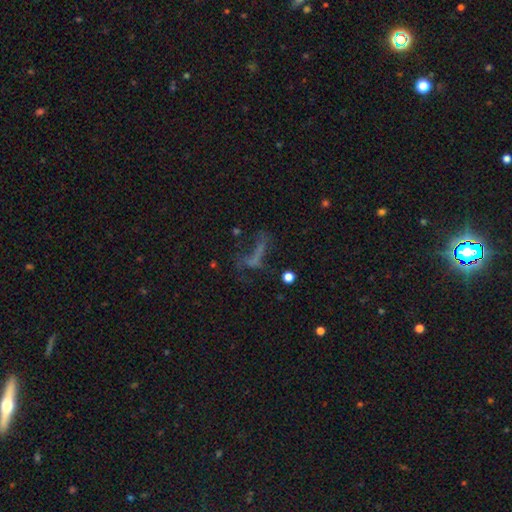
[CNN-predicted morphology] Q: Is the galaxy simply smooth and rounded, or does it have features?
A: featured or disk — 36%.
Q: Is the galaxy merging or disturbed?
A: major disturbance — 39%.